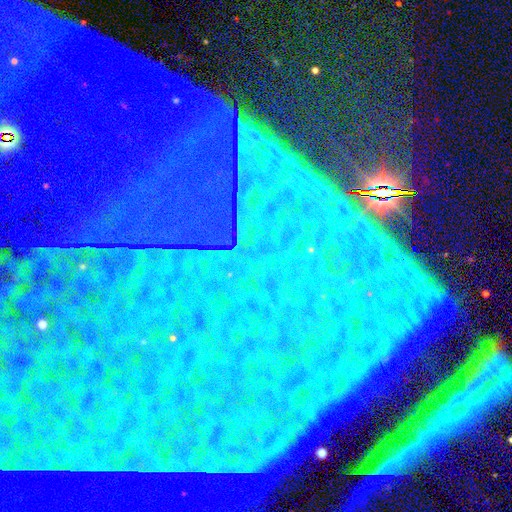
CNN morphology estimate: A star or artifact, not a galaxy (86%).